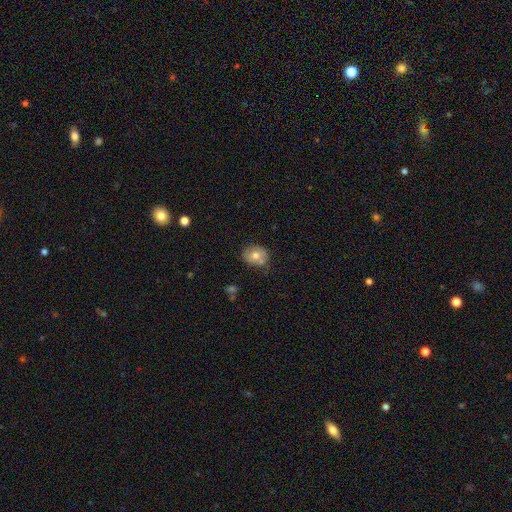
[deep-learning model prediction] smooth-or-featured: smooth: 67% | featured or disk: 24% | star or artifact: 9%
  how-rounded: round: 59% | in between: 40% | cigar-shaped: 1%
  merging: none: 72% | minor disturbance: 18% | merger: 7% | major disturbance: 4%